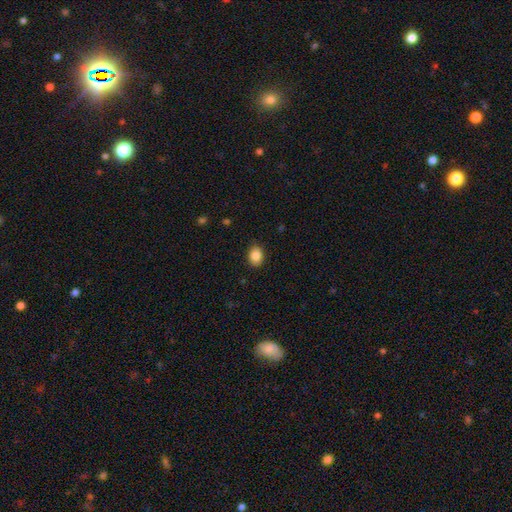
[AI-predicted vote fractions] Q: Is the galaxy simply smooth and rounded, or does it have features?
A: smooth — 86%.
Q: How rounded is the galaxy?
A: in between — 61%.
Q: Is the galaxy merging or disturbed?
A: none — 88%.